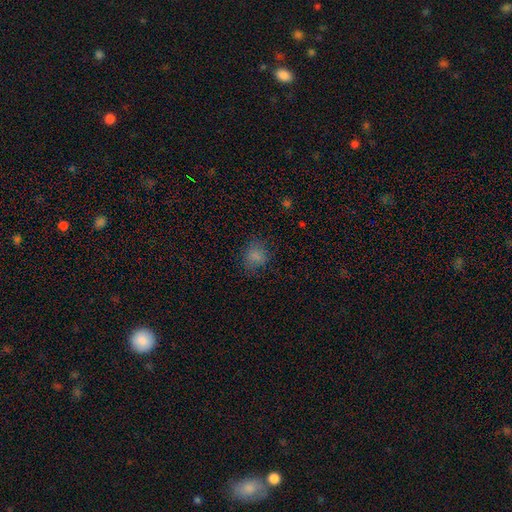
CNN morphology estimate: Q: Smooth or featured?
A: smooth (76%); runner-up: star or artifact (17%)
Q: How rounded?
A: round (68%); runner-up: in between (31%)
Q: Merging?
A: none (75%); runner-up: minor disturbance (17%)